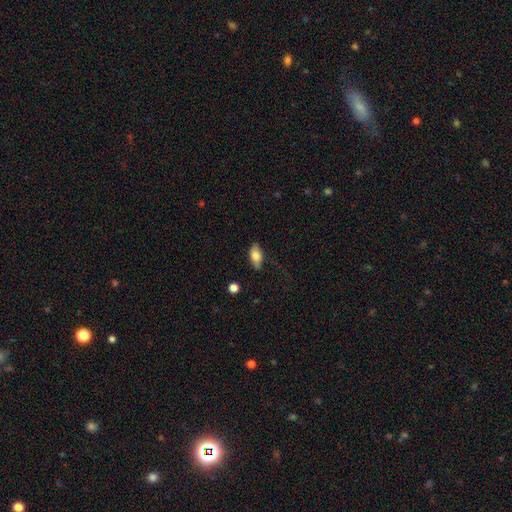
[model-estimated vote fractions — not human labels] Smooth or featured?
  - smooth: 76% *
  - featured or disk: 16%
  - star or artifact: 7%
How rounded?
  - in between: 88% *
  - cigar-shaped: 7%
  - round: 4%
Merging?
  - none: 80% *
  - minor disturbance: 15%
  - major disturbance: 3%
  - merger: 1%